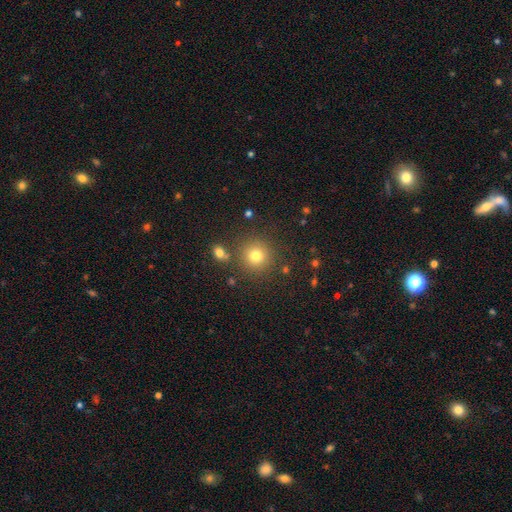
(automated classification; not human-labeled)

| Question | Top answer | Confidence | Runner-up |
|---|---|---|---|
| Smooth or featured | smooth | 77% | star or artifact (15%) |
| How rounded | round | 94% | in between (5%) |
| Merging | none | 85% | minor disturbance (7%) |